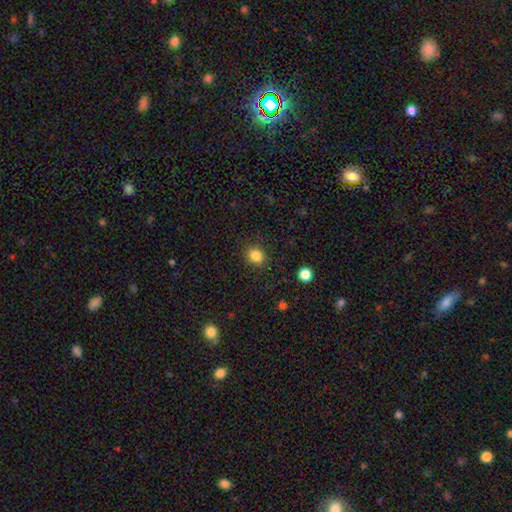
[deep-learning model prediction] Q: Smooth or featured?
A: smooth (85%); runner-up: star or artifact (11%)
Q: How rounded?
A: round (75%); runner-up: in between (24%)
Q: Merging?
A: none (87%); runner-up: minor disturbance (9%)